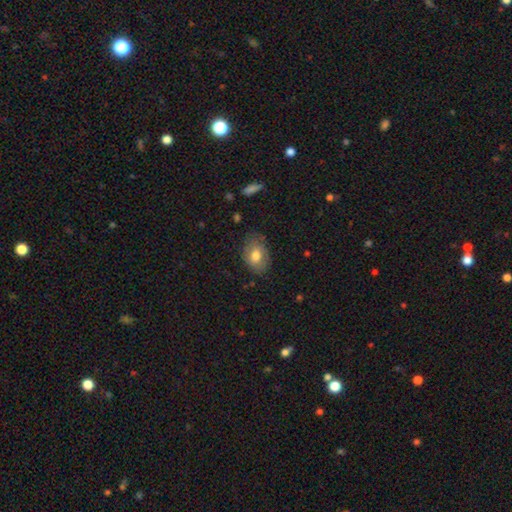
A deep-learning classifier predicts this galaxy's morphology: Smooth or featured?
  - smooth: 71% *
  - featured or disk: 21%
  - star or artifact: 8%
How rounded?
  - in between: 76% *
  - round: 22%
  - cigar-shaped: 1%
Merging?
  - none: 72% *
  - minor disturbance: 21%
  - major disturbance: 5%
  - merger: 1%